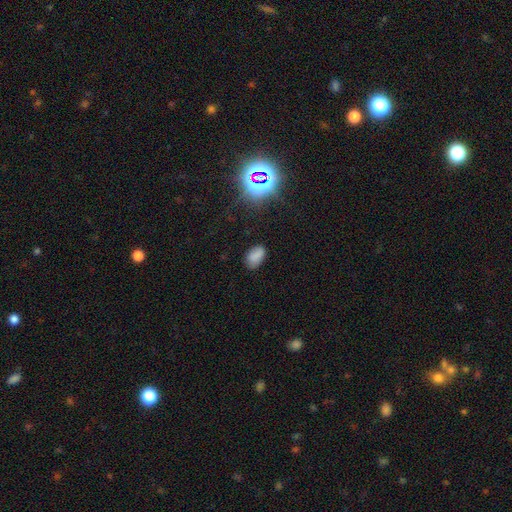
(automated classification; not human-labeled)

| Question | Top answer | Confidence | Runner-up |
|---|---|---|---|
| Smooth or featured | smooth | 78% | star or artifact (16%) |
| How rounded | in between | 91% | round (7%) |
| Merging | none | 77% | minor disturbance (17%) |